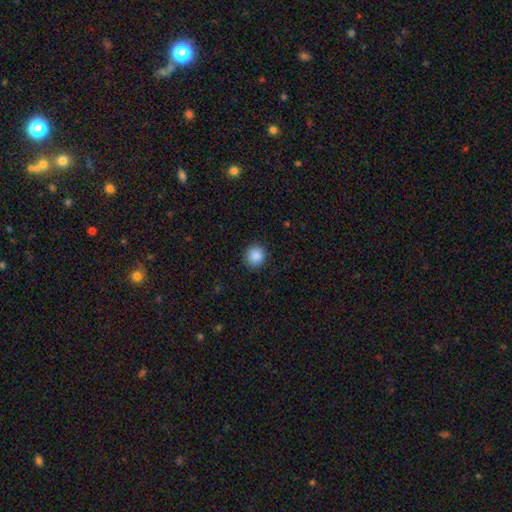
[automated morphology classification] This appears to be a smooth galaxy with no disk features (88%) that is round (89%). Merging: none (90%).